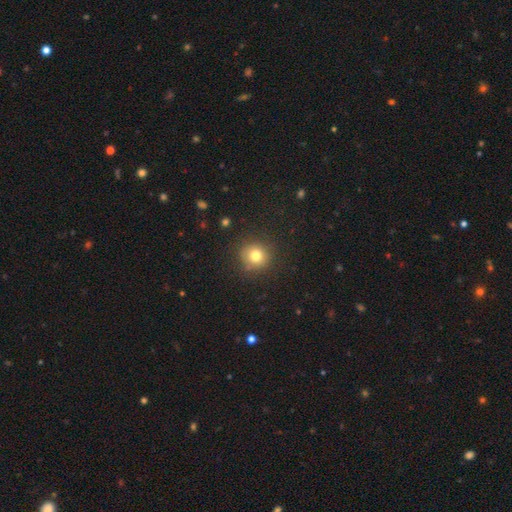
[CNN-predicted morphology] Smooth or featured: smooth — 78% (star or artifact — 13%)
How rounded: round — 91% (in between — 8%)
Merging: none — 86% (minor disturbance — 9%)